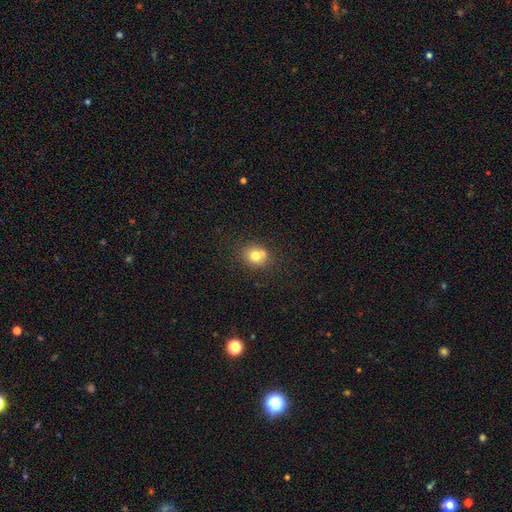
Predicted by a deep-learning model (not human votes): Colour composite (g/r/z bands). It shows a smooth galaxy with no disk features (75%) that is round (78%). Merging: none (62%).